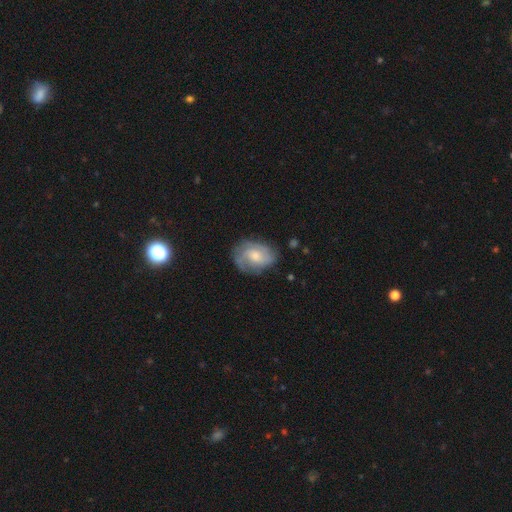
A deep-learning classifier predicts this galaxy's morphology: Q: Smooth or featured?
A: featured or disk (64%); runner-up: smooth (30%)
Q: Edge-on disk?
A: no (97%); runner-up: yes (3%)
Q: Bar?
A: no (65%); runner-up: weak (31%)
Q: Spiral arms?
A: yes (89%); runner-up: no (11%)
Q: Spiral winding?
A: tight (42%); runner-up: medium (41%)
Q: Spiral arm count?
A: 2 (37%); runner-up: can't tell (28%)
Q: Bulge size?
A: moderate (52%); runner-up: small (35%)
Q: Merging?
A: none (69%); runner-up: minor disturbance (21%)